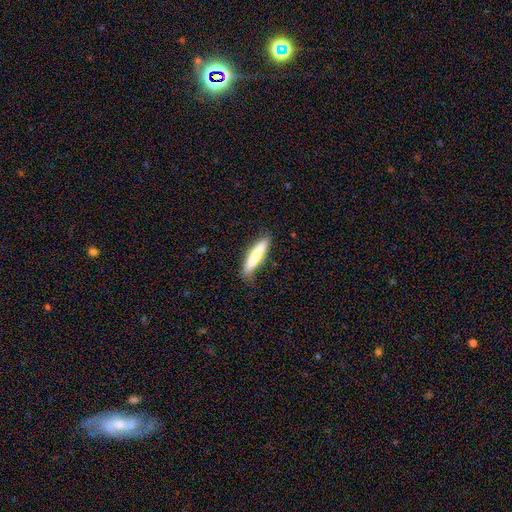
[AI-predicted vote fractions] This is likely a smooth galaxy (76%). How rounded: clearly cigar-shaped (88%). Merging: clearly none (84%).